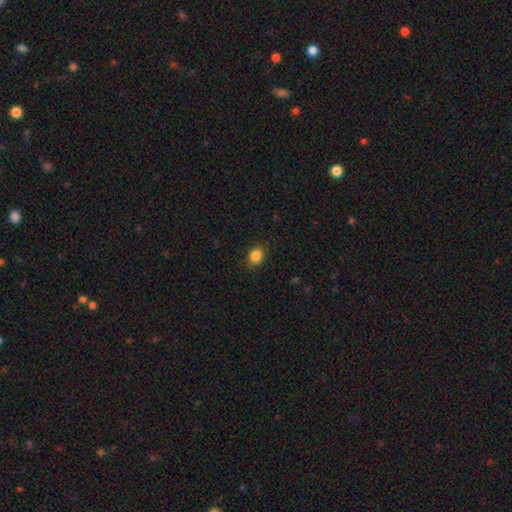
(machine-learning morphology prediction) smooth_or_featured: smooth (p=0.86) [alt: star or artifact p=0.10]
how_rounded: in between (p=0.53) [alt: round p=0.46]
merging: none (p=0.87) [alt: minor disturbance p=0.09]